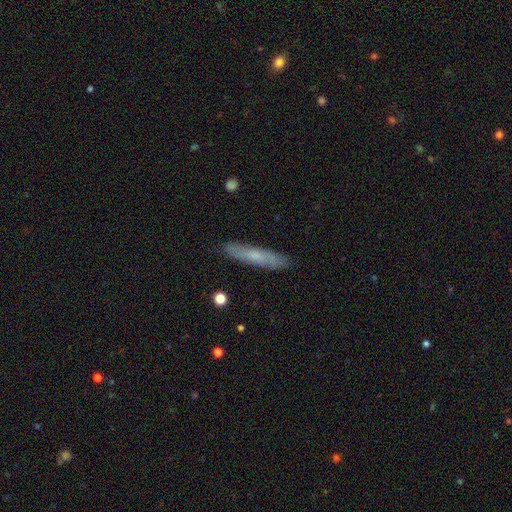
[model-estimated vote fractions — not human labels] The model was most divided on "smooth or featured": smooth: 59%, featured or disk: 34%, star or artifact: 7%. More confident: how rounded — cigar-shaped (90%); merging — none (88%).